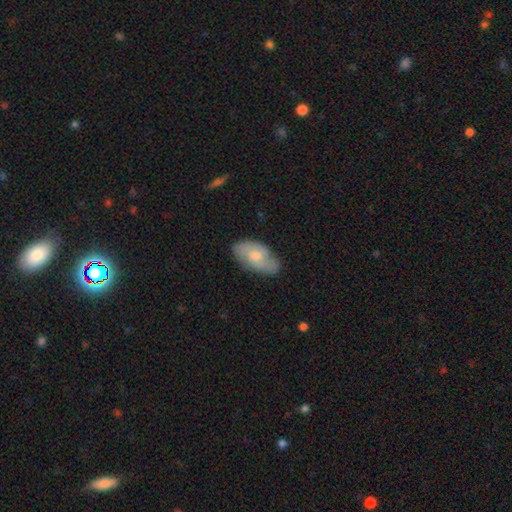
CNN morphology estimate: The model was most divided on "smooth or featured": smooth: 53%, featured or disk: 41%, star or artifact: 6%. More confident: how rounded — in between (94%); merging — none (70%).